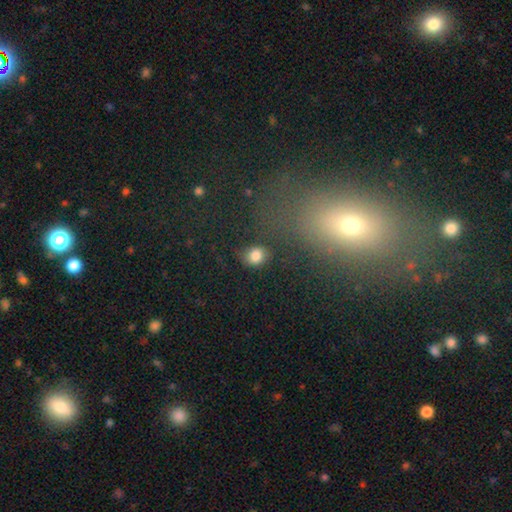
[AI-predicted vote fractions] Smooth or featured?
  - smooth: 82% *
  - star or artifact: 11%
  - featured or disk: 7%
How rounded?
  - round: 56% *
  - in between: 43%
  - cigar-shaped: 1%
Merging?
  - none: 76% *
  - minor disturbance: 16%
  - major disturbance: 5%
  - merger: 3%